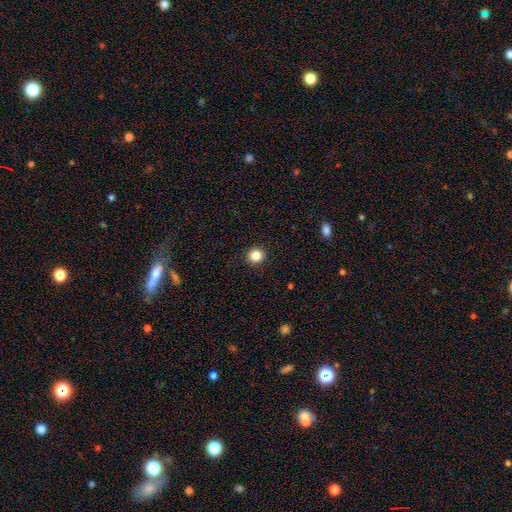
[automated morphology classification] This is clearly a smooth galaxy (85%). How rounded: clearly round (92%). Merging: clearly none (92%).